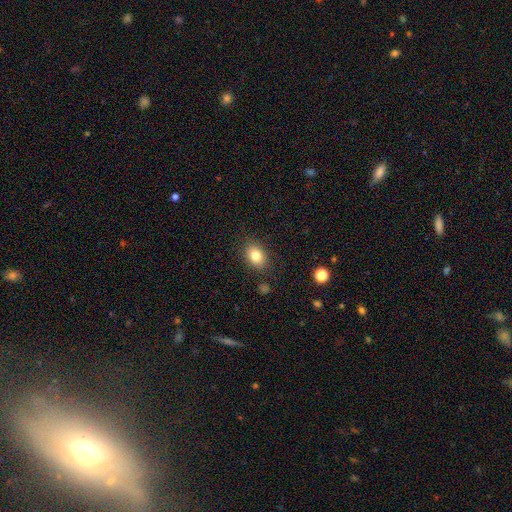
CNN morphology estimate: A smooth galaxy with no disk features (82%) that is in between round and cigar-shaped (70%). Merging: none (85%).